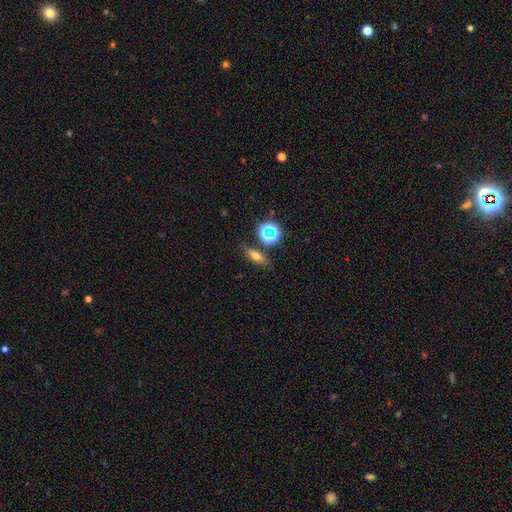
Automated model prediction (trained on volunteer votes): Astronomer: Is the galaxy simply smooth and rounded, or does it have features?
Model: smooth — 64%.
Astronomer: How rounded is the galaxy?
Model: in between — 54% (runner-up: cigar-shaped, 33%).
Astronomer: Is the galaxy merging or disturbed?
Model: none — 76%.